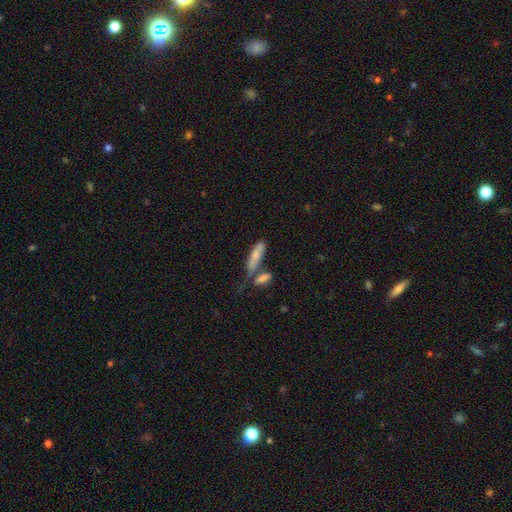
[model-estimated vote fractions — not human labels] smooth-or-featured: smooth: 72% | featured or disk: 21% | star or artifact: 8%
  how-rounded: cigar-shaped: 57% | in between: 40% | round: 2%
  merging: none: 39% | merger: 36% | minor disturbance: 17% | major disturbance: 8%